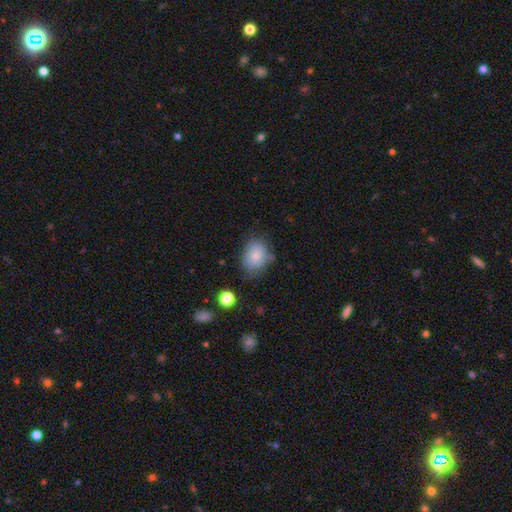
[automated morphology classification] Smooth or featured?
  - smooth: 81% *
  - featured or disk: 11%
  - star or artifact: 8%
How rounded?
  - in between: 66% *
  - round: 33%
  - cigar-shaped: 1%
Merging?
  - none: 59% *
  - minor disturbance: 28%
  - major disturbance: 9%
  - merger: 4%